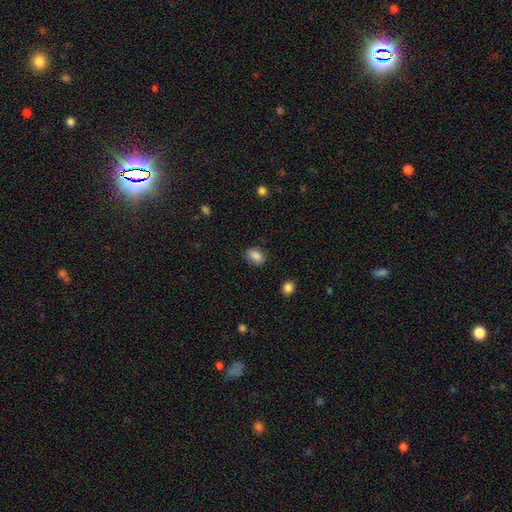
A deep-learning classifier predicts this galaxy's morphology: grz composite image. It shows a smooth galaxy with no disk features (87%) that is in between round and cigar-shaped (65%). Merging: none (82%).